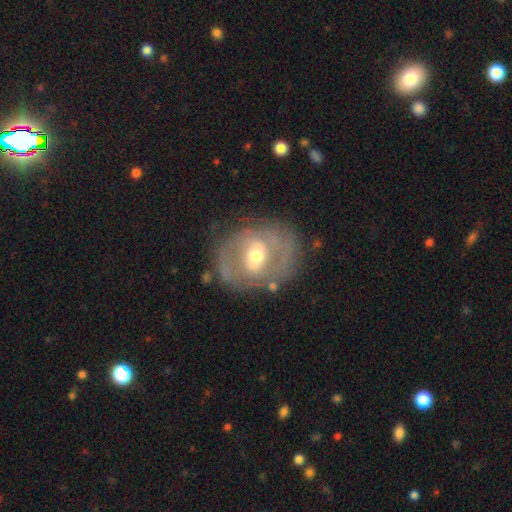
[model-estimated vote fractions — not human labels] A featured or disk galaxy (72%) with a weak bar (46%), spiral arms (55%) and a moderate central bulge (67%).

Vote fractions:
- Smooth or featured? featured or disk: 72% / smooth: 21% / star or artifact: 7%
- Edge-on disk? no: 95% / yes: 5%
- Bar? weak: 46% / strong: 28% / no: 26%
- Spiral arms? yes: 55% / no: 45%
- Bulge size? moderate: 67% / small: 23% / large: 7% / none: 1% / dominant: 1%
- Merging? none: 73% / minor disturbance: 17% / major disturbance: 8% / merger: 2%